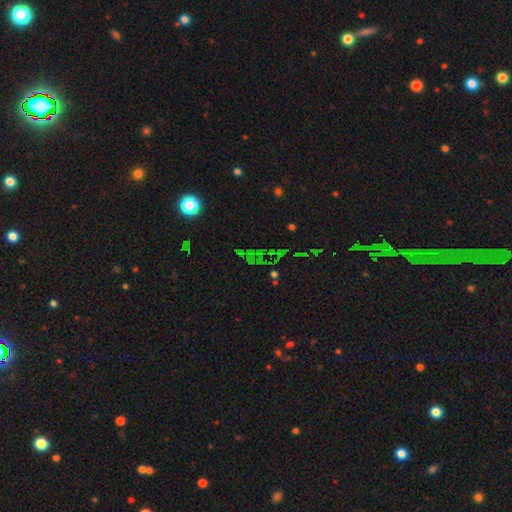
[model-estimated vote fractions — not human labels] Q: Smooth or featured?
A: star or artifact (69%); runner-up: smooth (18%)